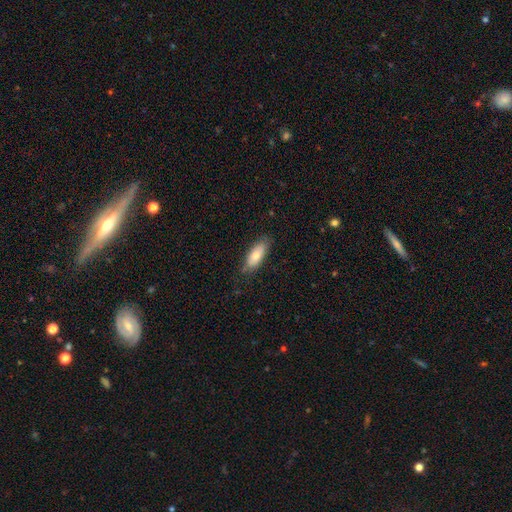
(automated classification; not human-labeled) Q: Smooth or featured?
A: smooth (75%); runner-up: featured or disk (19%)
Q: How rounded?
A: in between (78%); runner-up: cigar-shaped (20%)
Q: Merging?
A: none (78%); runner-up: minor disturbance (18%)